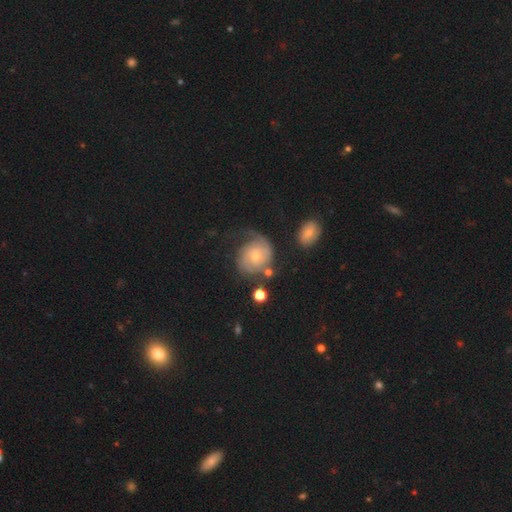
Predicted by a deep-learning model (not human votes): A featured or disk galaxy (78%) with no bar (68%), 2 (53%) tight (59%) spiral arms (94%) and a small central bulge (52%). Merging: none (56%).